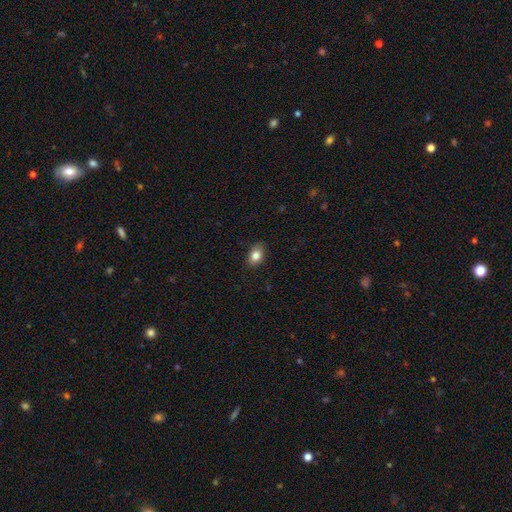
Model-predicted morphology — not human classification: A smooth galaxy with no disk features (83%) that is in between round and cigar-shaped (81%). Merging: none (86%).